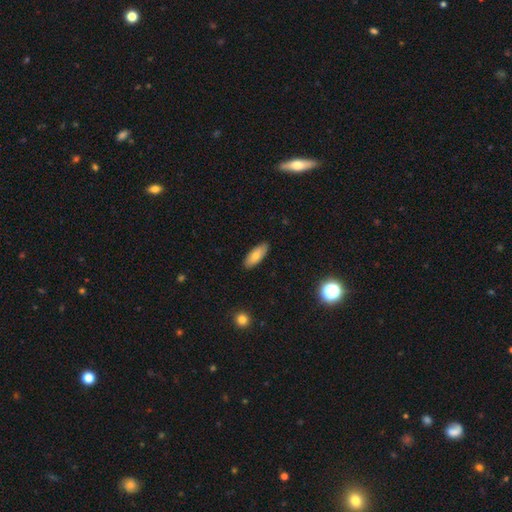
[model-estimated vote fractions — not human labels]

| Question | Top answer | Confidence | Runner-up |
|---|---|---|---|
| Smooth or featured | smooth | 76% | featured or disk (17%) |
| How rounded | in between | 78% | cigar-shaped (20%) |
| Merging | none | 88% | minor disturbance (10%) |